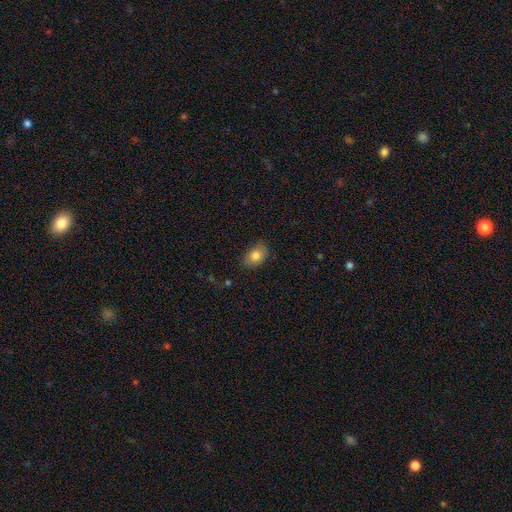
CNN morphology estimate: smooth-or-featured: smooth: 83% | featured or disk: 9% | star or artifact: 8%
  how-rounded: in between: 84% | round: 15% | cigar-shaped: 1%
  merging: none: 80% | minor disturbance: 16% | major disturbance: 3% | merger: 1%